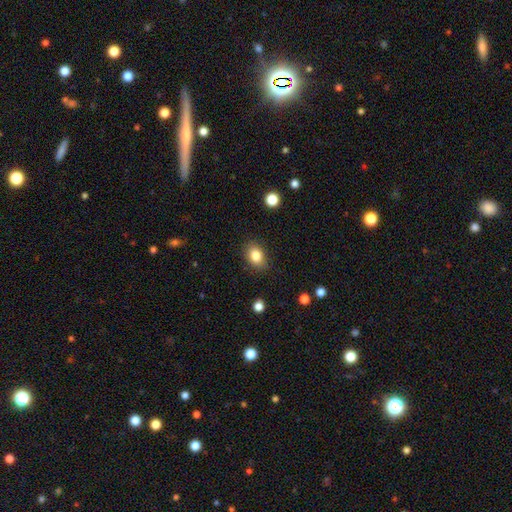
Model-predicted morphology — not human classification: smooth 83%, star or artifact 9%, featured or disk 7%. Down the decision tree: how rounded — in between (67%); merging — none (84%).